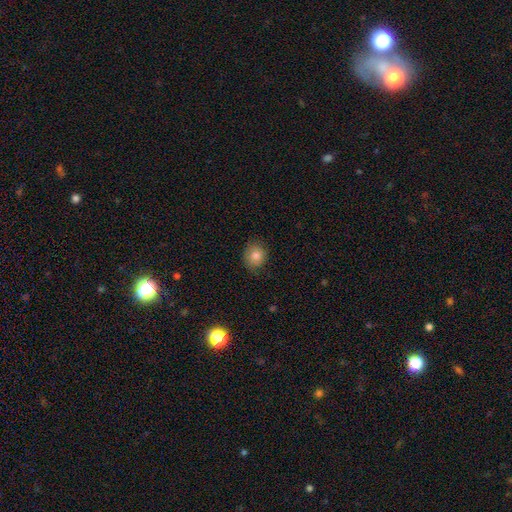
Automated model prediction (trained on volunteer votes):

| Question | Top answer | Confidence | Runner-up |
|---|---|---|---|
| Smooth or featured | smooth | 81% | star or artifact (10%) |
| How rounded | round | 71% | in between (28%) |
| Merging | none | 80% | minor disturbance (16%) |